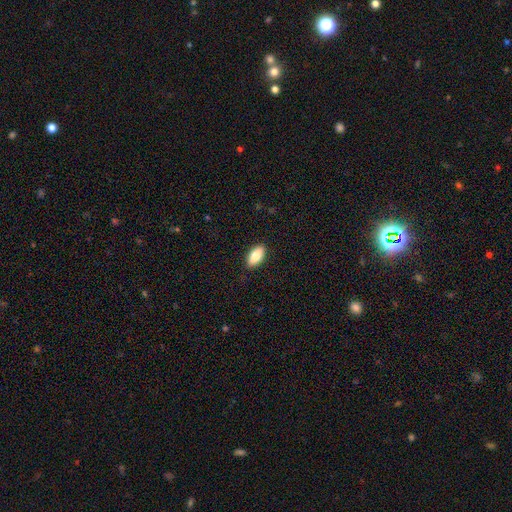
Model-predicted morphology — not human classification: smooth-or-featured: smooth: 83% | featured or disk: 11% | star or artifact: 6%
  how-rounded: in between: 92% | cigar-shaped: 6% | round: 3%
  merging: none: 89% | minor disturbance: 9% | major disturbance: 2% | merger: 1%